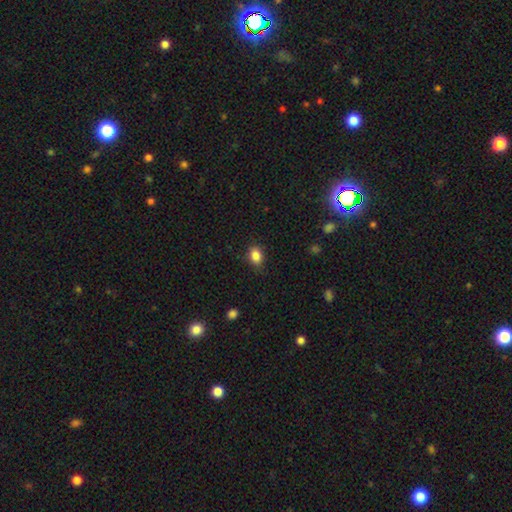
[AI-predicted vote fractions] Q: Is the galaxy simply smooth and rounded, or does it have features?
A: smooth — 86%.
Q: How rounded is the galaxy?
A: in between — 66%.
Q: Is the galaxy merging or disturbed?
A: none — 82%.